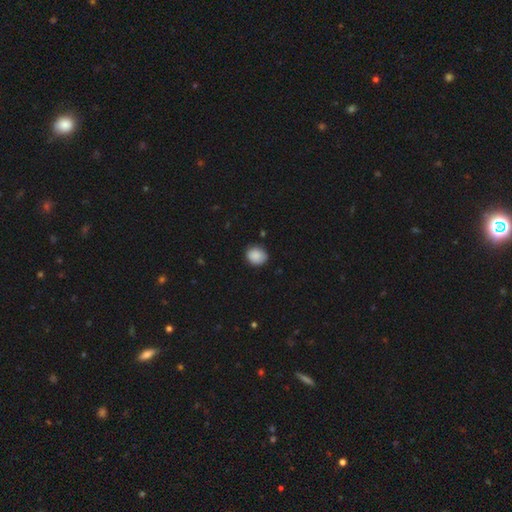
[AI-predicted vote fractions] smooth_or_featured: smooth (p=0.88) [alt: star or artifact p=0.08]
how_rounded: round (p=0.75) [alt: in between p=0.24]
merging: none (p=0.84) [alt: minor disturbance p=0.12]